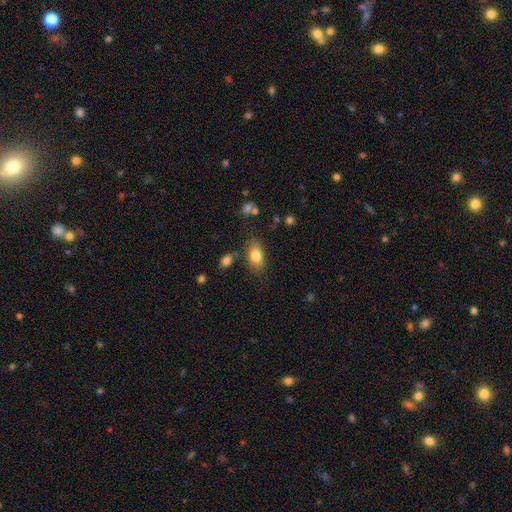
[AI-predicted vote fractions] Smooth or featured? smooth (80%)
How rounded? in between (89%)
Merging? none (77%)